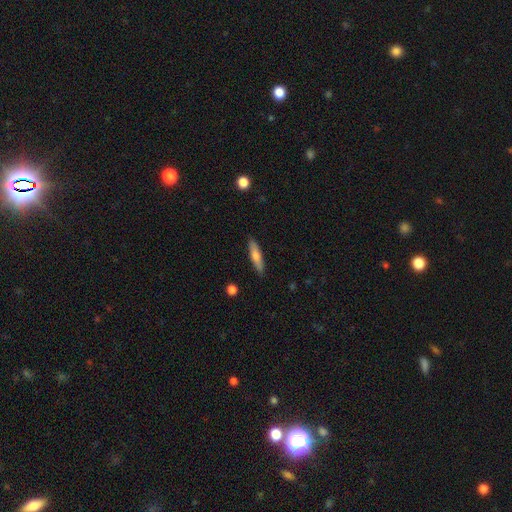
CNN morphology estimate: Smooth or featured?
  - smooth: 65% *
  - featured or disk: 29%
  - star or artifact: 6%
How rounded?
  - cigar-shaped: 78% *
  - in between: 20%
  - round: 2%
Merging?
  - none: 88% *
  - minor disturbance: 9%
  - major disturbance: 2%
  - merger: 1%